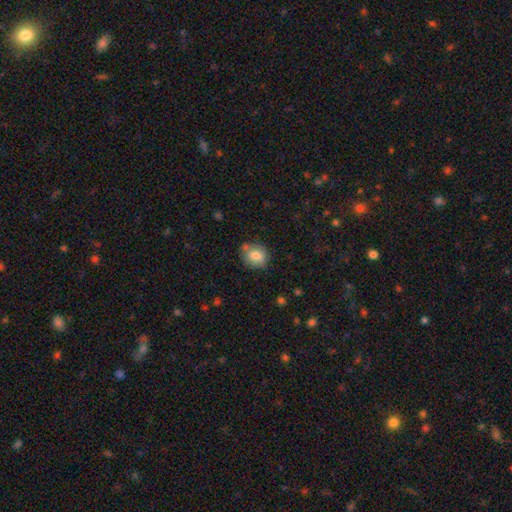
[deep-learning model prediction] The model was most divided on "how rounded": round: 63%, in between: 36%, cigar-shaped: 1%. More confident: smooth or featured — smooth (80%); merging — none (71%).